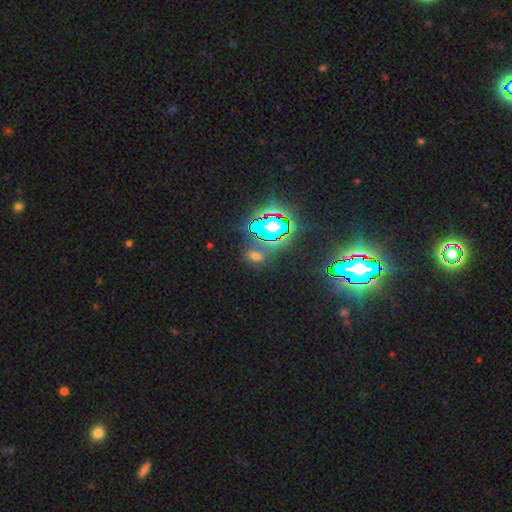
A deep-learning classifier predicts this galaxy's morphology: Overall: star or artifact (56%; smooth 32%).